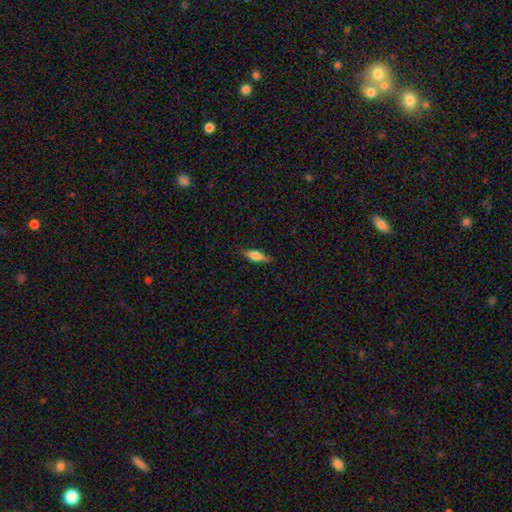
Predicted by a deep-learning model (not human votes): smooth-or-featured: smooth: 57% | featured or disk: 36% | star or artifact: 7%
  how-rounded: in between: 54% | cigar-shaped: 42% | round: 3%
  merging: none: 83% | minor disturbance: 13% | major disturbance: 3% | merger: 1%